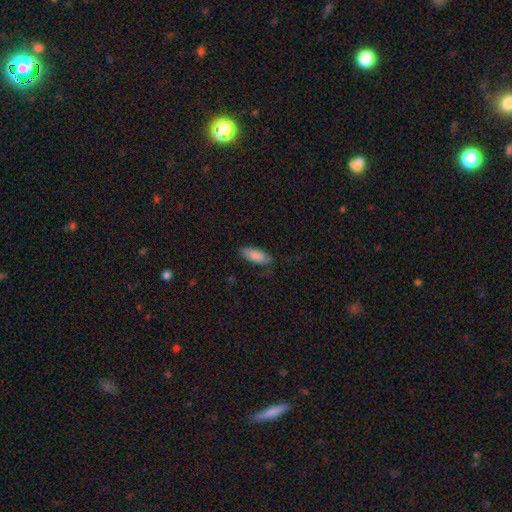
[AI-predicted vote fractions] A smooth galaxy with no disk features (86%) that is in between round and cigar-shaped (81%). Merging: none (77%).